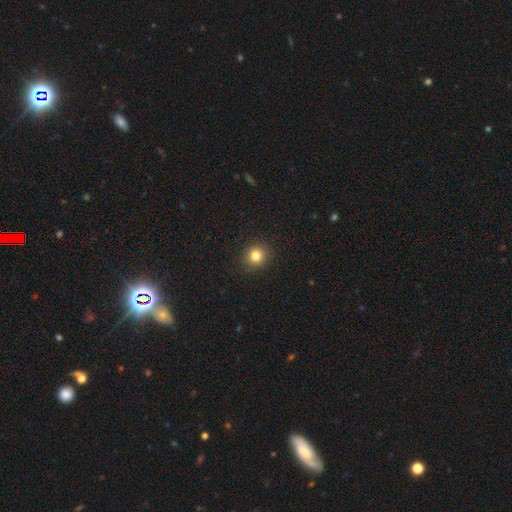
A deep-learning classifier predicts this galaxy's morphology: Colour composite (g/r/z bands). It shows a smooth galaxy with no disk features (82%) that is round (87%). Merging: none (91%).